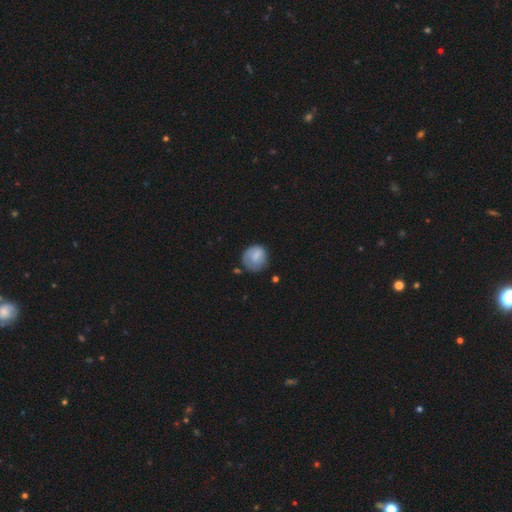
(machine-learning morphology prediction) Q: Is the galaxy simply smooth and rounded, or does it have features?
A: smooth — 76%.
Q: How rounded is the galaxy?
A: round — 82%.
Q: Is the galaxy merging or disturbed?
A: none — 62%.